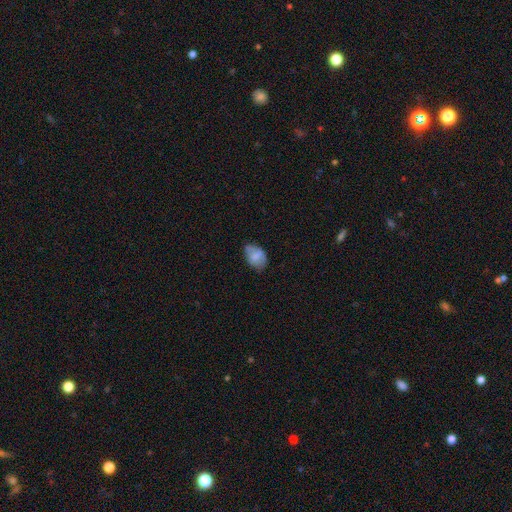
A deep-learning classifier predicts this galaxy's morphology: Q: Smooth or featured?
A: smooth (73%); runner-up: featured or disk (19%)
Q: How rounded?
A: in between (84%); runner-up: round (15%)
Q: Merging?
A: none (55%); runner-up: minor disturbance (34%)